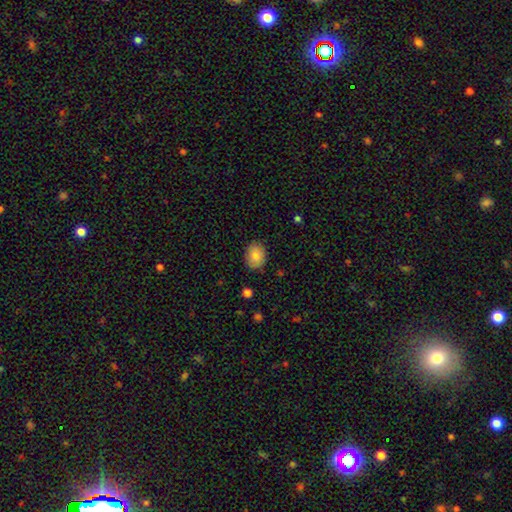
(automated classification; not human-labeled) A smooth galaxy with no disk features (84%) that is in between round and cigar-shaped (60%). Merging: none (85%).